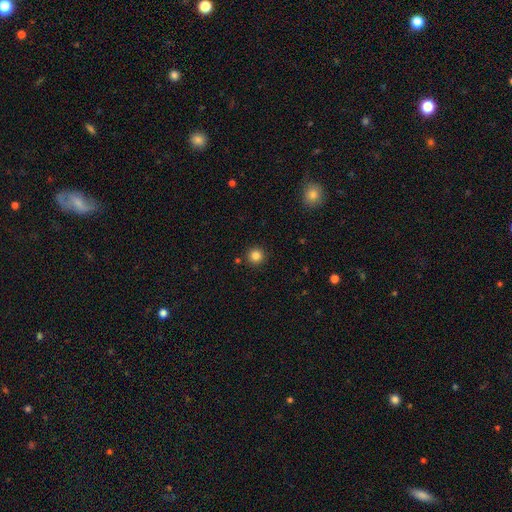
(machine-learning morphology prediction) A smooth galaxy with no disk features (84%) that is round (95%). Merging: none (91%).